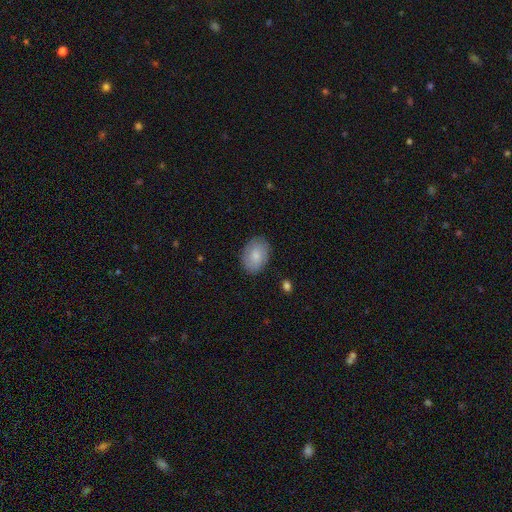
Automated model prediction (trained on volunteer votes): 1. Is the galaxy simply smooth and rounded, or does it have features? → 78% smooth, 16% featured or disk, 6% star or artifact.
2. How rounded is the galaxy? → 81% in between, 18% round, 1% cigar-shaped.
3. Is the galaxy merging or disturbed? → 83% none, 13% minor disturbance, 3% major disturbance, 1% merger.